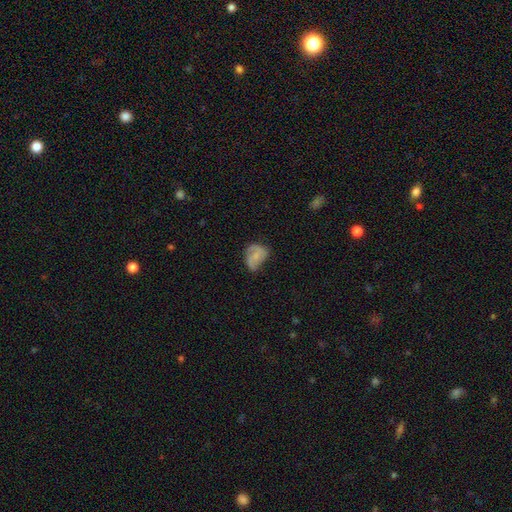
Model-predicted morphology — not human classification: Smooth or featured?
  - featured or disk: 48% *
  - smooth: 44%
  - star or artifact: 8%
Merging?
  - none: 38% *
  - minor disturbance: 37%
  - major disturbance: 23%
  - merger: 2%